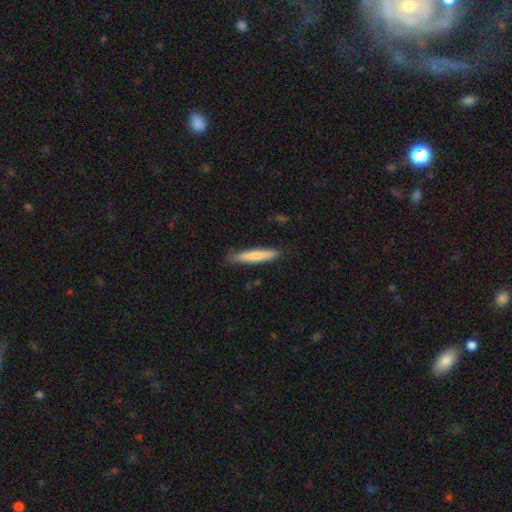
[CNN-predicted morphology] smooth_or_featured: smooth (p=0.74) [alt: featured or disk p=0.21]
how_rounded: cigar-shaped (p=0.92) [alt: in between p=0.07]
merging: none (p=0.81) [alt: minor disturbance p=0.15]